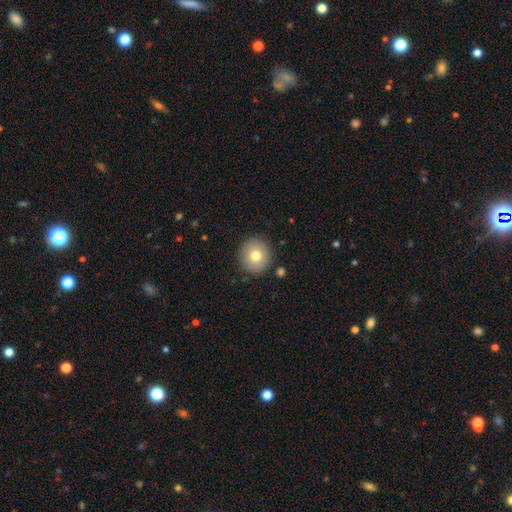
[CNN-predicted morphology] smooth_or_featured: smooth (p=0.76) [alt: featured or disk p=0.15]
how_rounded: round (p=0.90) [alt: in between p=0.09]
merging: none (p=0.88) [alt: minor disturbance p=0.07]